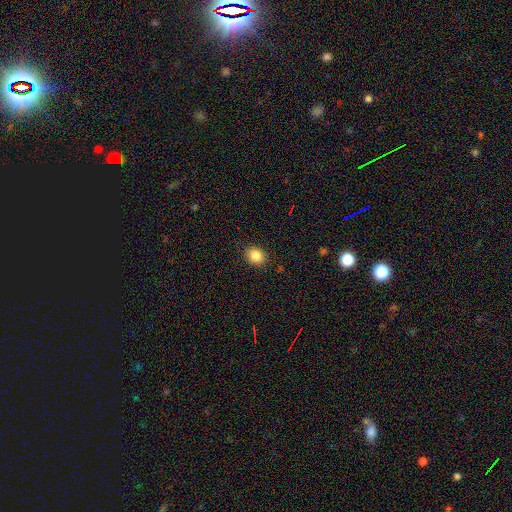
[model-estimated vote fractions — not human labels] Overall: smooth (85%). How rounded: round (53%; in between 46%). Merging: none (88%).